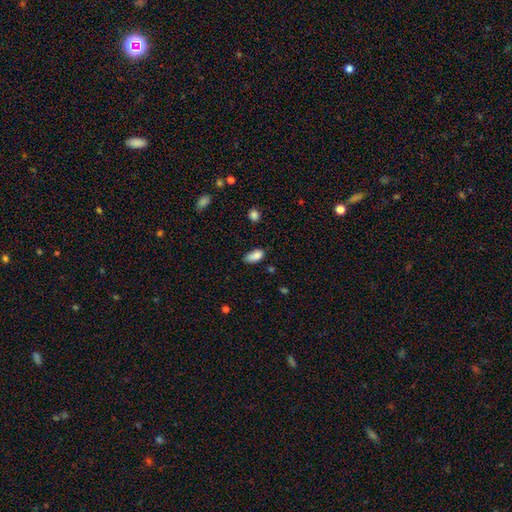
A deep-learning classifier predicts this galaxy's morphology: Smooth or featured: smooth — 87% (star or artifact — 8%)
How rounded: in between — 91% (cigar-shaped — 5%)
Merging: none — 64% (minor disturbance — 29%)